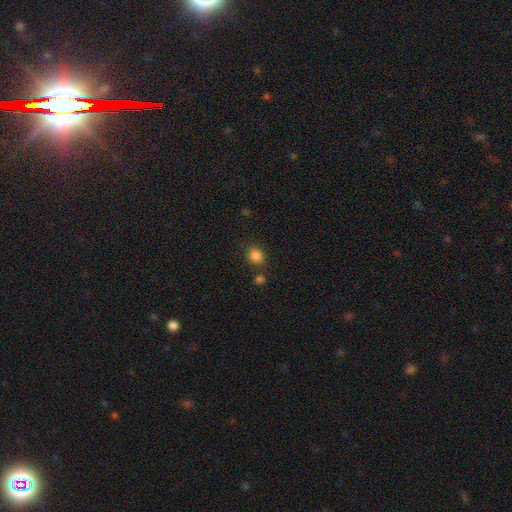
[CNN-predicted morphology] smooth-or-featured: smooth: 84% | star or artifact: 12% | featured or disk: 4%
  how-rounded: round: 71% | in between: 29% | cigar-shaped: 1%
  merging: none: 78% | minor disturbance: 10% | merger: 8% | major disturbance: 3%